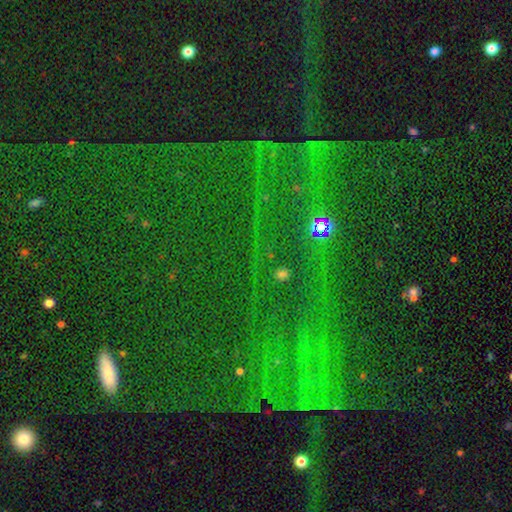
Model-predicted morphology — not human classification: The model was most divided on "smooth or featured": star or artifact: 78%, smooth: 12%, featured or disk: 10%.